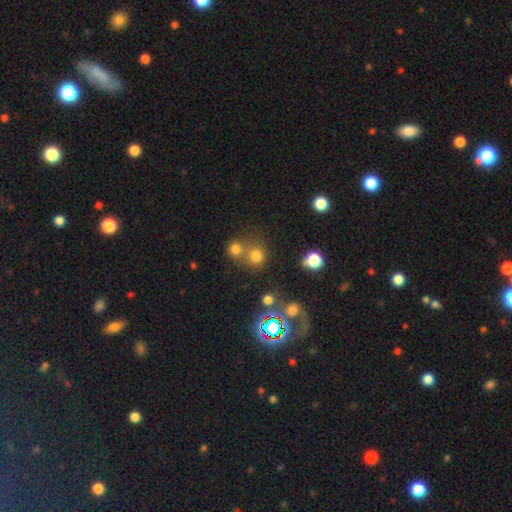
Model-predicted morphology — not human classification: A smooth galaxy with no disk features (69%) that is round (88%).

Vote fractions:
- Smooth or featured? smooth: 69% / star or artifact: 23% / featured or disk: 8%
- How rounded? round: 88% / in between: 11% / cigar-shaped: 1%
- Merging? none: 57% / merger: 32% / minor disturbance: 8% / major disturbance: 4%